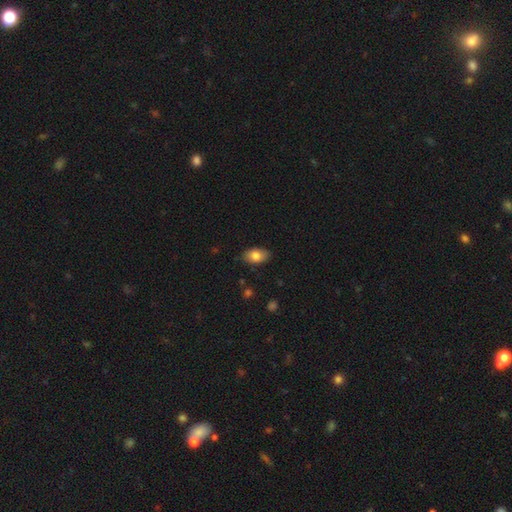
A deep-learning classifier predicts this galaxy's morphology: The model was most divided on "smooth or featured": smooth: 81%, featured or disk: 12%, star or artifact: 7%. More confident: how rounded — in between (90%); merging — none (85%).